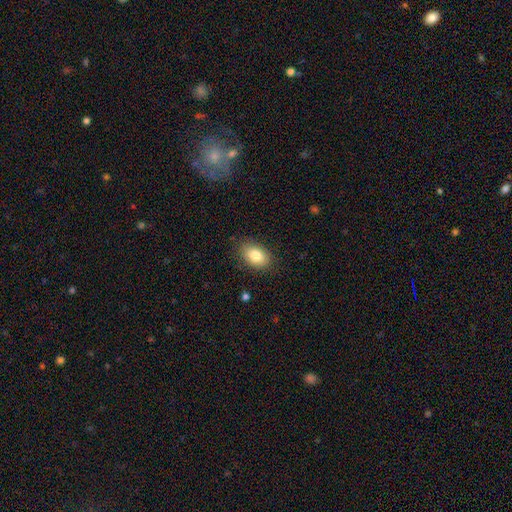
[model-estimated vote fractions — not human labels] Morphology: type=smooth (84%); roundness=in between (88%); merging=none (84%).